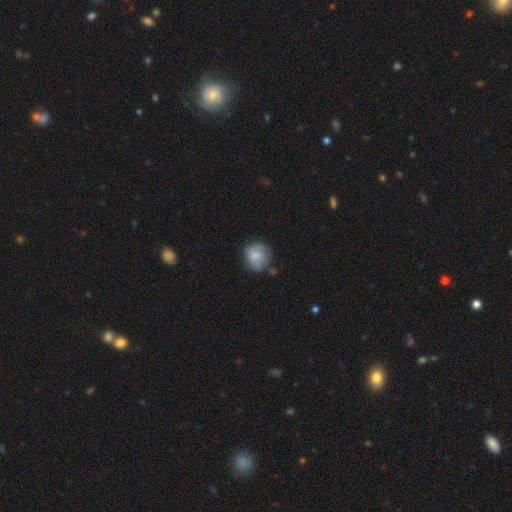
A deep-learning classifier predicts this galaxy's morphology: type=smooth (67%); roundness=round (83%); merging=none (61%).